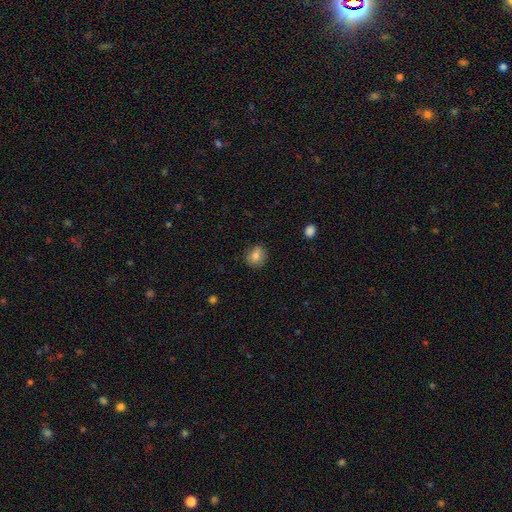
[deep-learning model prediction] A smooth galaxy with no disk features (78%) that is round (76%).

Vote fractions:
- Smooth or featured? smooth: 78% / featured or disk: 12% / star or artifact: 10%
- How rounded? round: 76% / in between: 23% / cigar-shaped: 1%
- Merging? none: 84% / minor disturbance: 12% / major disturbance: 3% / merger: 1%